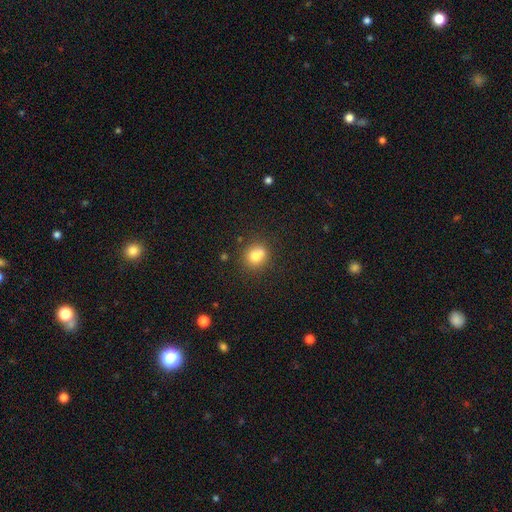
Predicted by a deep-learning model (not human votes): Morphology: type=smooth (73%); roundness=round (81%); merging=none (55%).